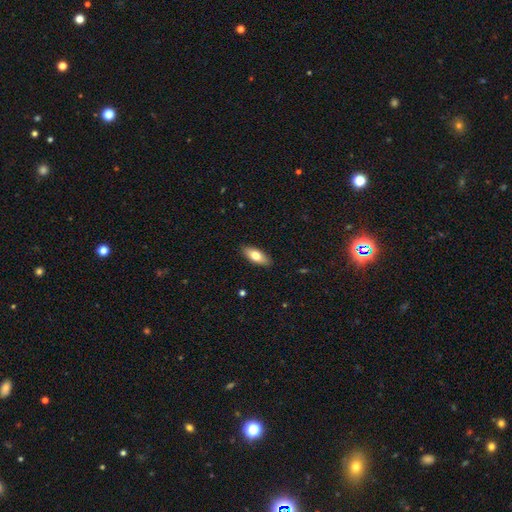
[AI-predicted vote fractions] A smooth galaxy with no disk features (73%) that is in between round and cigar-shaped (75%).

Vote fractions:
- Smooth or featured? smooth: 73% / featured or disk: 21% / star or artifact: 6%
- How rounded? in between: 75% / cigar-shaped: 22% / round: 2%
- Merging? none: 89% / minor disturbance: 8% / major disturbance: 2% / merger: 1%